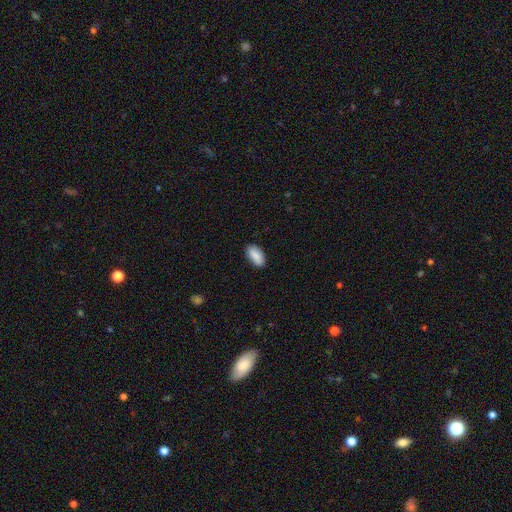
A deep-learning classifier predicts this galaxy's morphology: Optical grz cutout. It shows a smooth galaxy with no disk features (88%) that is in between round and cigar-shaped (92%). Merging: none (86%).